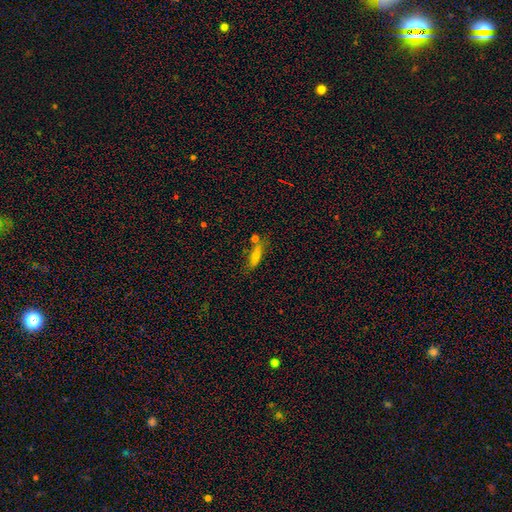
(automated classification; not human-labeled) A smooth galaxy with no disk features (64%) that is cigar-shaped (57%).

Vote fractions:
- Smooth or featured? smooth: 64% / featured or disk: 23% / star or artifact: 13%
- How rounded? cigar-shaped: 57% / in between: 39% / round: 4%
- Merging? none: 67% / minor disturbance: 16% / merger: 12% / major disturbance: 5%